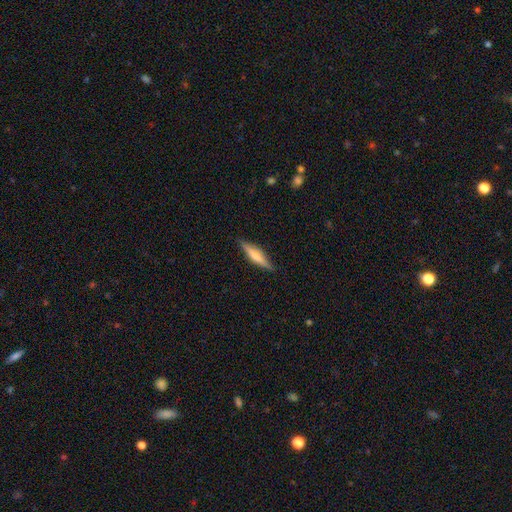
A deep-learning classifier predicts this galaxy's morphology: featured or disk 52%, smooth 42%, star or artifact 6%. Down the decision tree: edge-on disk — yes (95%); merging — none (88%).